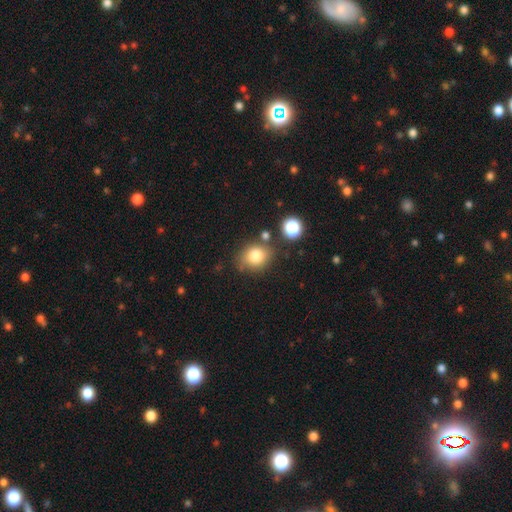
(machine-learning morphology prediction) This is likely a smooth galaxy (79%). How rounded: possibly round (57%). Merging: likely none (72%).